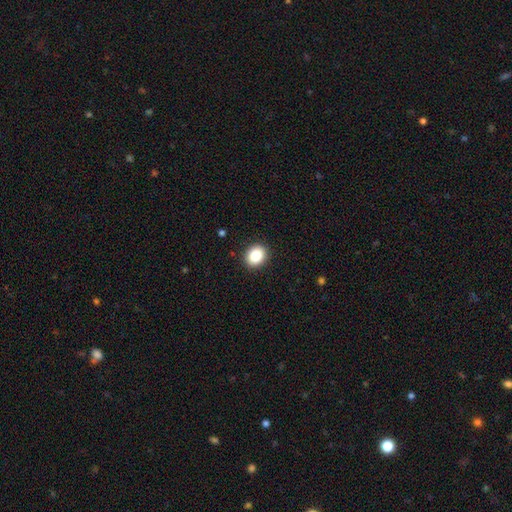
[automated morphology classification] type=smooth (86%); roundness=round (54%); merging=none (91%).